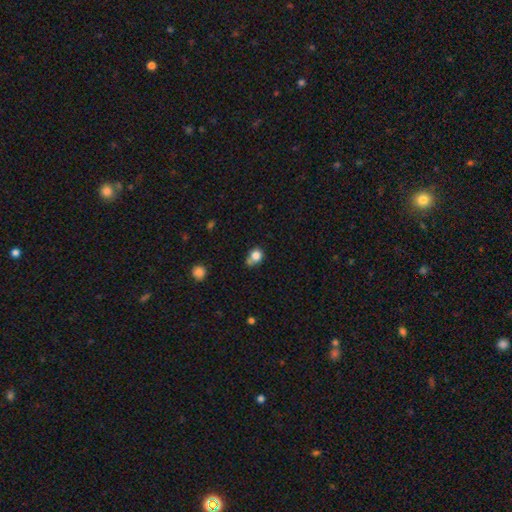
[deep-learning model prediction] Smooth or featured? smooth (81%)
How rounded? round (72%)
Merging? none (49%)